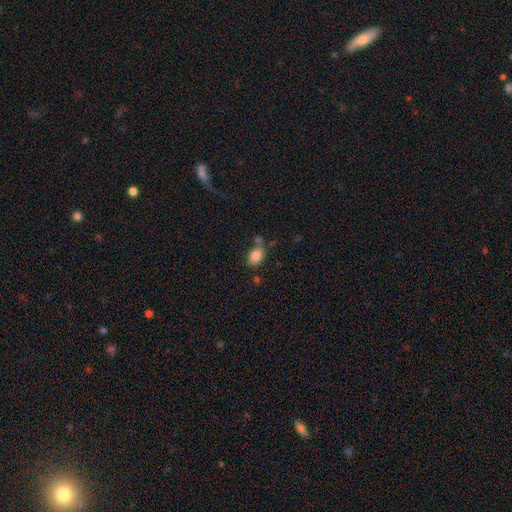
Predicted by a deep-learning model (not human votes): Smooth or featured? Predicted: smooth (p=0.83). How rounded? Predicted: in between (p=0.75). Merging? Predicted: none (p=0.62).